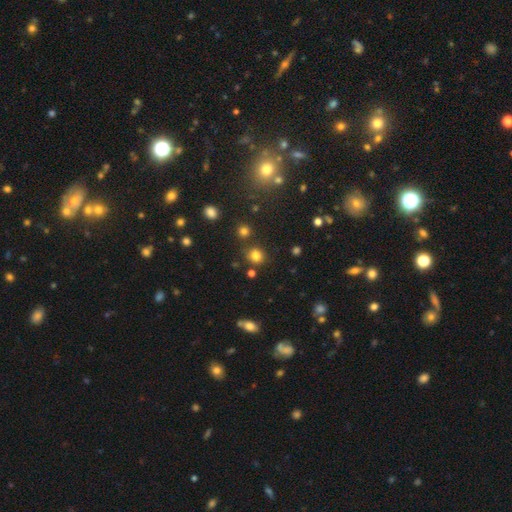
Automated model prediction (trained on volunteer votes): A smooth galaxy with no disk features (79%) that is round (85%). Merging: none (79%).